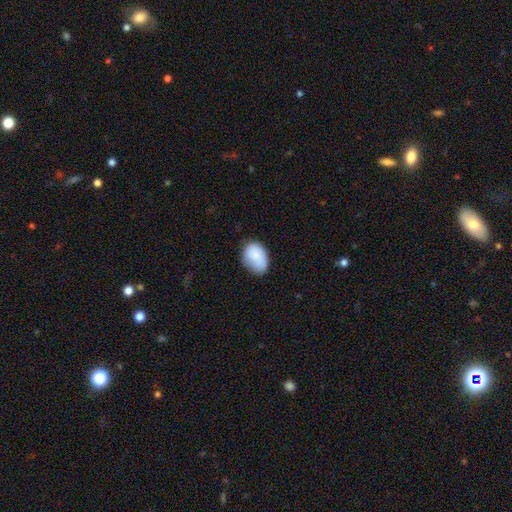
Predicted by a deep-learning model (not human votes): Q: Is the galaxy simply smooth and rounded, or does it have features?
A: smooth — 85%.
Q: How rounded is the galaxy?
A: in between — 81%.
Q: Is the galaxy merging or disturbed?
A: none — 60%.